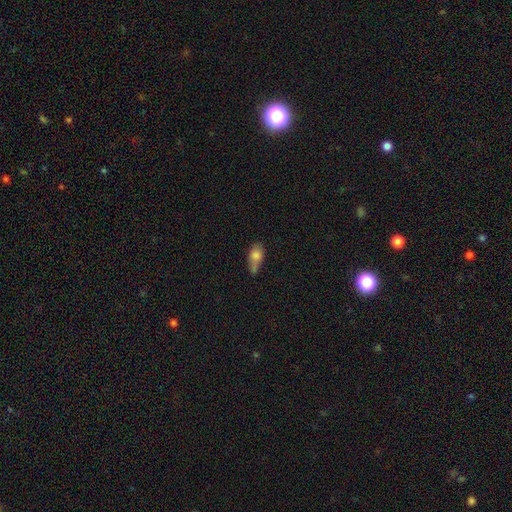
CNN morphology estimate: This appears to be a smooth galaxy with no disk features (76%) that is in between round and cigar-shaped (82%). Merging: none (35%).